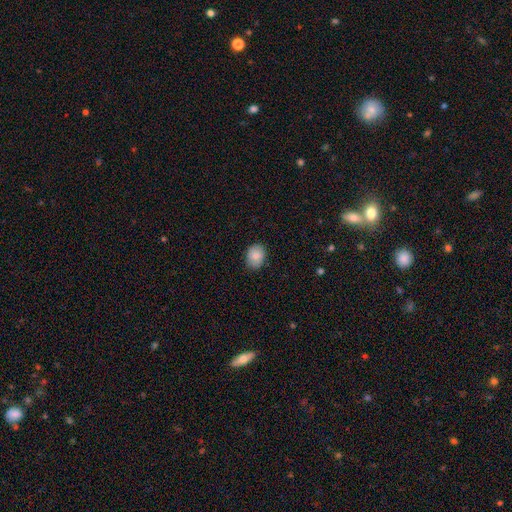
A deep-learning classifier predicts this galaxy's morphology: smooth 83%, featured or disk 9%, star or artifact 8%. Down the decision tree: how rounded — in between (60%); merging — none (84%).